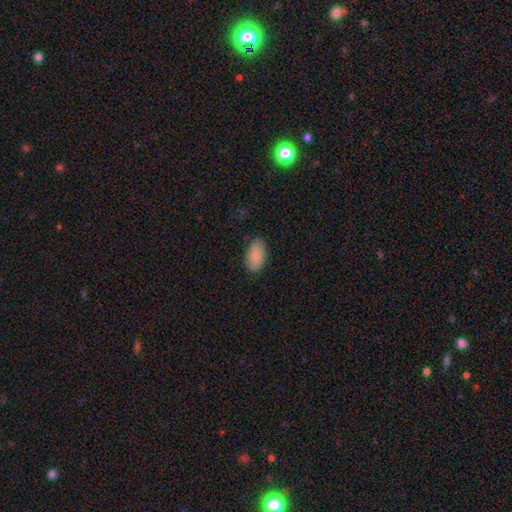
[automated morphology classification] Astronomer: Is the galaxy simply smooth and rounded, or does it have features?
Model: smooth — 84%.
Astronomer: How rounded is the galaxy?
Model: in between — 94%.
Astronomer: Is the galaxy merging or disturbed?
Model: none — 85%.